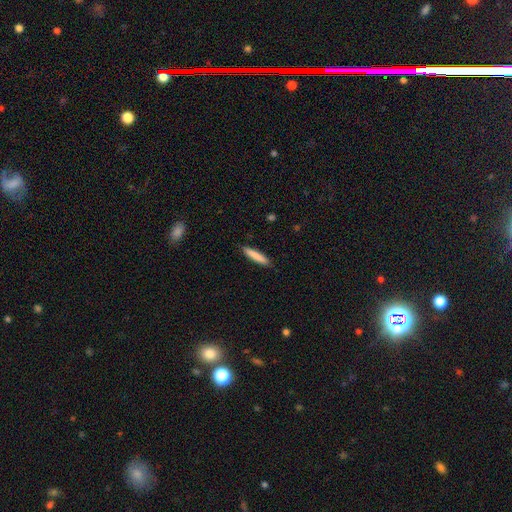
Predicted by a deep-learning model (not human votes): This is clearly a smooth galaxy (84%). How rounded: clearly cigar-shaped (89%). Merging: clearly none (89%).